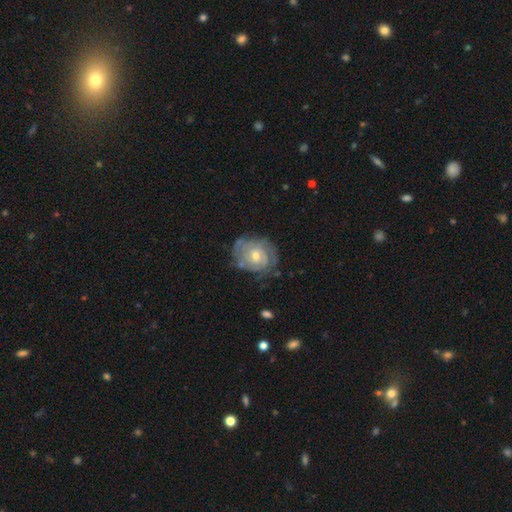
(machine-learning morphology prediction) Smooth or featured?
  - featured or disk: 81% *
  - smooth: 13%
  - star or artifact: 6%
Edge-on disk?
  - no: 97% *
  - yes: 3%
Bar?
  - no: 67% *
  - weak: 28%
  - strong: 5%
Spiral arms?
  - yes: 92% *
  - no: 8%
Spiral winding?
  - tight: 73% *
  - medium: 22%
  - loose: 6%
Spiral arm count?
  - can't tell: 39% *
  - 2: 28%
  - 3: 17%
  - 4: 7%
  - 1: 5%
  - more than 4: 4%
Bulge size?
  - moderate: 55% *
  - small: 41%
  - large: 2%
  - none: 1%
  - dominant: 1%
Merging?
  - none: 69% *
  - minor disturbance: 21%
  - major disturbance: 8%
  - merger: 2%